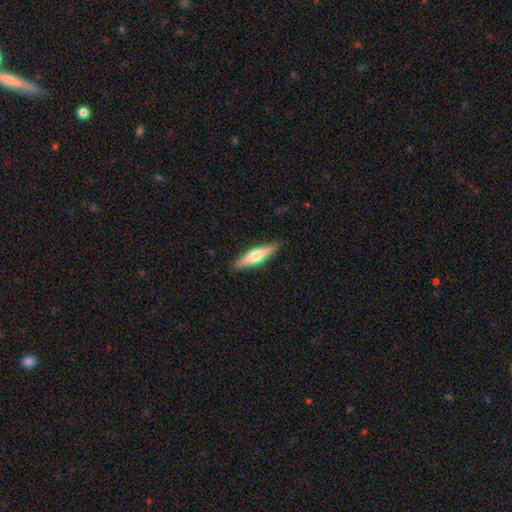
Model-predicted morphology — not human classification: Smooth or featured? smooth (54%)
How rounded? cigar-shaped (69%)
Merging? none (88%)